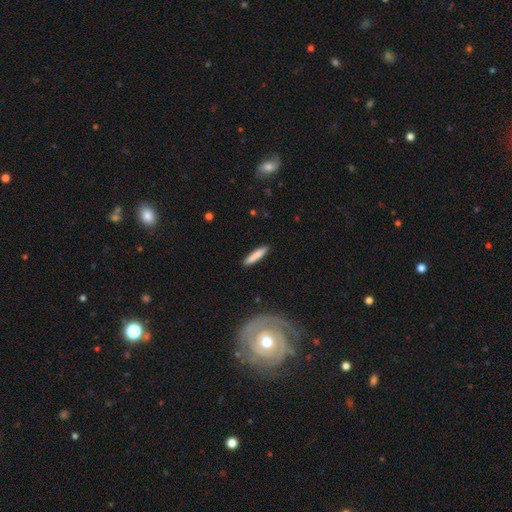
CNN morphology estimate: Smooth or featured?
  - smooth: 83% *
  - featured or disk: 11%
  - star or artifact: 6%
How rounded?
  - cigar-shaped: 88% *
  - in between: 11%
  - round: 1%
Merging?
  - none: 90% *
  - minor disturbance: 7%
  - major disturbance: 2%
  - merger: 1%